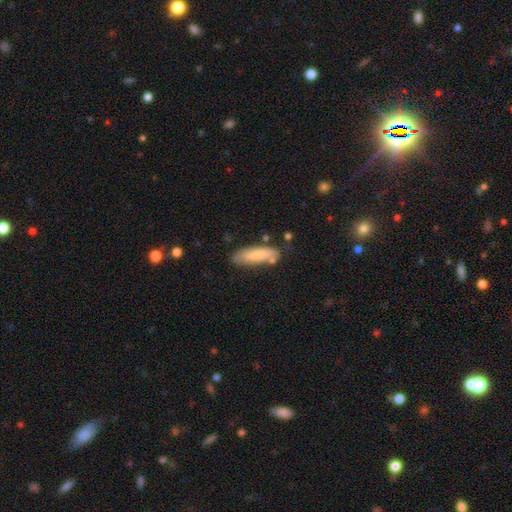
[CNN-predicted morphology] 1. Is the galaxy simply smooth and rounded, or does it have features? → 78% smooth, 16% featured or disk, 6% star or artifact.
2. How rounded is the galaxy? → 59% cigar-shaped, 40% in between, 2% round.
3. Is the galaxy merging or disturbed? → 72% none, 19% minor disturbance, 5% merger, 4% major disturbance.